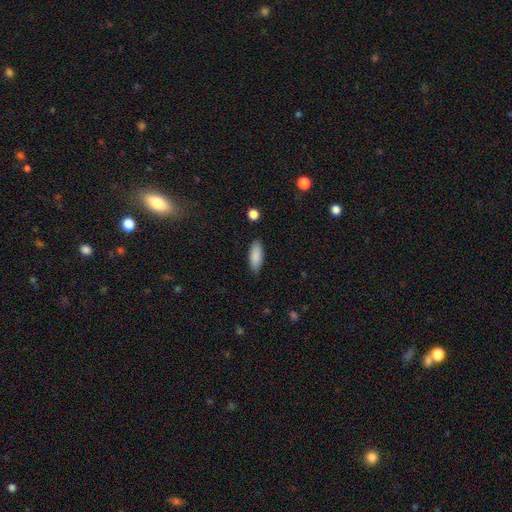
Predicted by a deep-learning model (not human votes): Smooth or featured? smooth (88%)
How rounded? in between (75%)
Merging? none (85%)